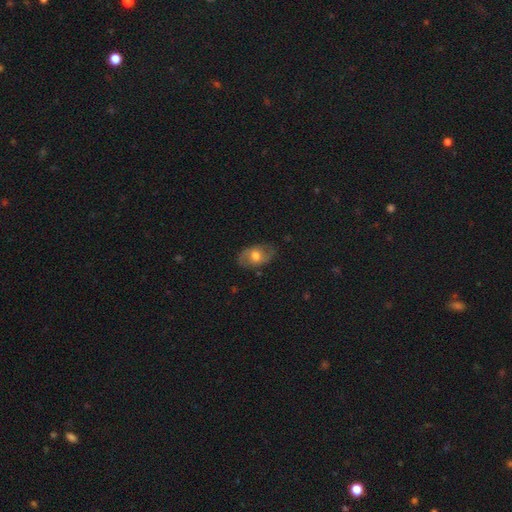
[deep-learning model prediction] Q: Smooth or featured?
A: smooth (51%); runner-up: featured or disk (42%)
Q: How rounded?
A: in between (85%); runner-up: round (13%)
Q: Merging?
A: none (79%); runner-up: minor disturbance (16%)